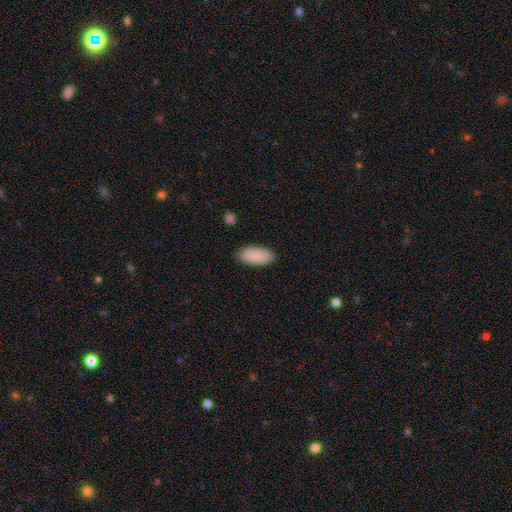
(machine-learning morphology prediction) Overall: smooth (86%). How rounded: in between (91%). Merging: none (85%).